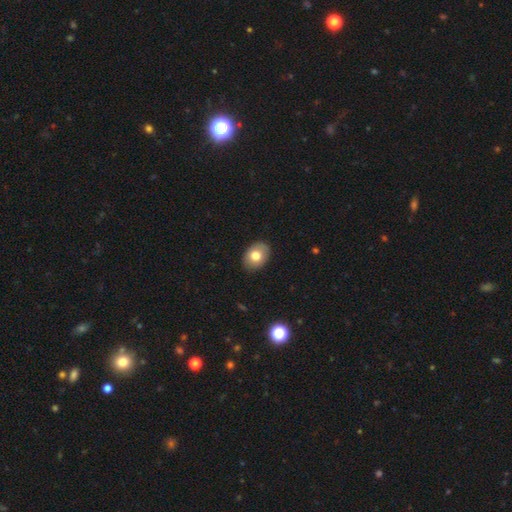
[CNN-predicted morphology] This appears to be a smooth galaxy with no disk features (76%) that is in between round and cigar-shaped (76%). Merging: none (86%).